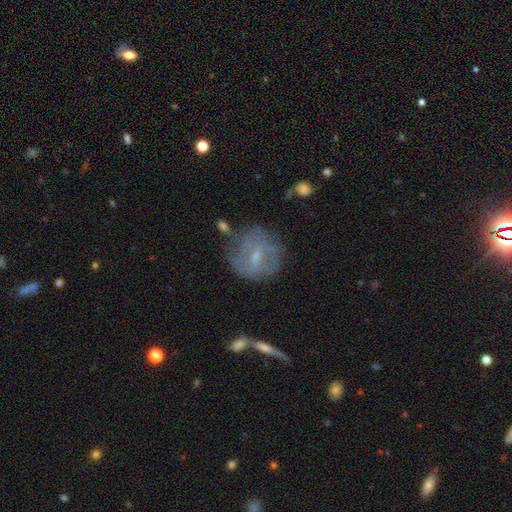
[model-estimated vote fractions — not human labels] smooth_or_featured: featured or disk (p=0.59) [alt: smooth p=0.31]
disk_edge_on: no (p=0.95) [alt: yes p=0.05]
bar: weak (p=0.53) [alt: no p=0.31]
has_spiral_arms: yes (p=0.55) [alt: no p=0.45]
bulge_size: small (p=0.59) [alt: moderate p=0.28]
merging: none (p=0.62) [alt: minor disturbance p=0.22]